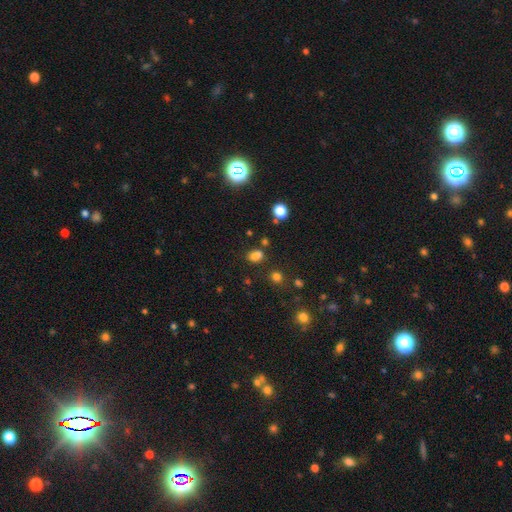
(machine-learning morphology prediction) A smooth galaxy with no disk features (77%) that is in between round and cigar-shaped (70%).

Vote fractions:
- Smooth or featured? smooth: 77% / star or artifact: 18% / featured or disk: 5%
- How rounded? in between: 70% / round: 29% / cigar-shaped: 1%
- Merging? none: 73% / minor disturbance: 14% / merger: 9% / major disturbance: 5%